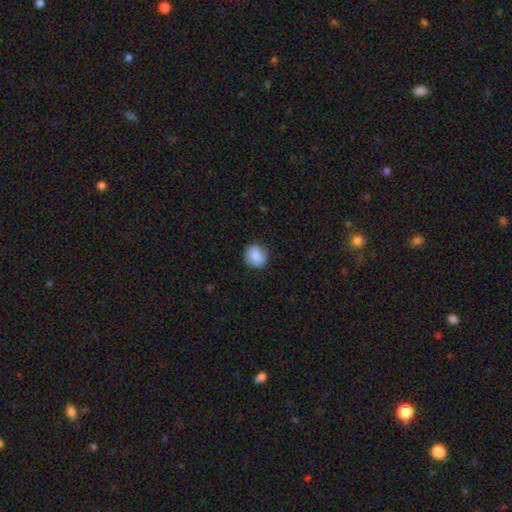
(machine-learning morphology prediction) A smooth galaxy with no disk features (85%) that is round (79%). Merging: none (81%).